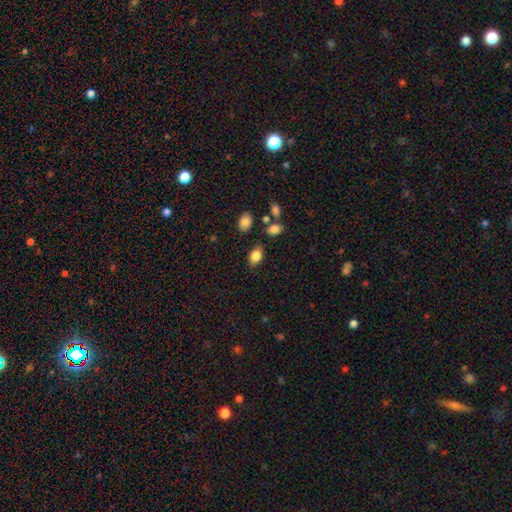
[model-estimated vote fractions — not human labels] Smooth or featured?
  - smooth: 83% *
  - star or artifact: 9%
  - featured or disk: 7%
How rounded?
  - in between: 84% *
  - round: 15%
  - cigar-shaped: 2%
Merging?
  - none: 79% *
  - minor disturbance: 13%
  - merger: 5%
  - major disturbance: 4%